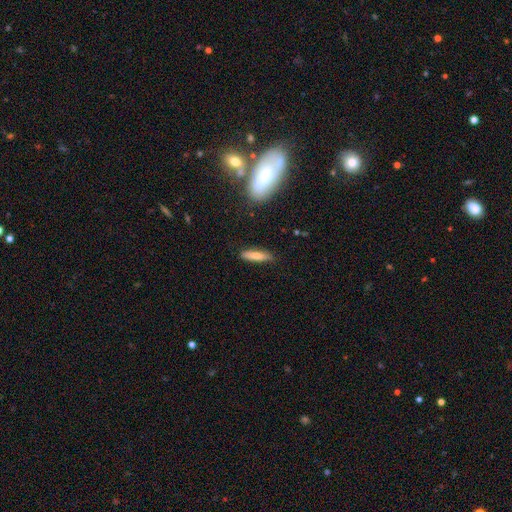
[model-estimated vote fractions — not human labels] Smooth or featured? smooth (75%)
How rounded? cigar-shaped (71%)
Merging? none (85%)